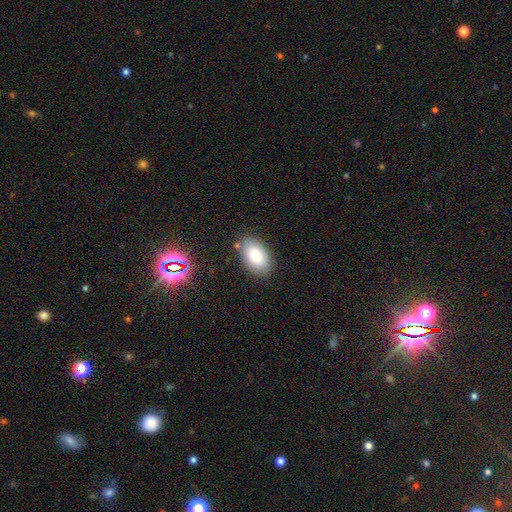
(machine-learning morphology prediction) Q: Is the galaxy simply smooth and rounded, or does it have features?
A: smooth — 81%.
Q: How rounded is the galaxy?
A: in between — 92%.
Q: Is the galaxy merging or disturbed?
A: none — 82%.